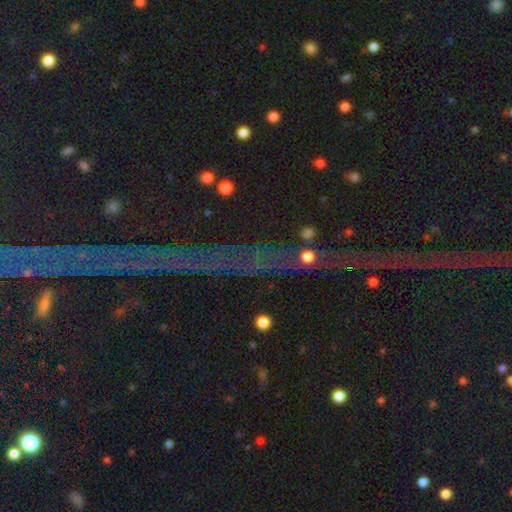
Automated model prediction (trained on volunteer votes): This is likely a star or artifact rather than a galaxy (79%).